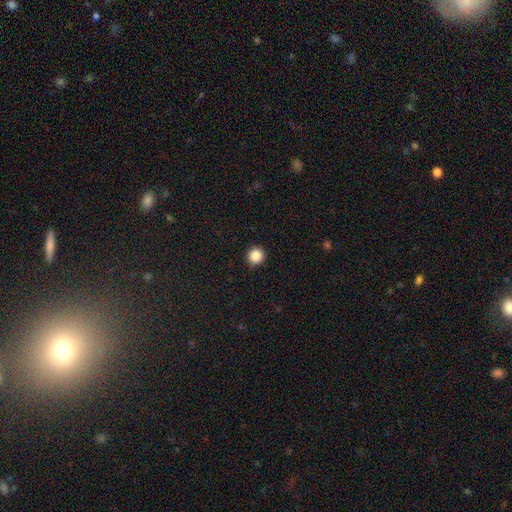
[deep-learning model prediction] Q: Smooth or featured?
A: smooth (87%); runner-up: star or artifact (10%)
Q: How rounded?
A: round (95%); runner-up: in between (4%)
Q: Merging?
A: none (92%); runner-up: minor disturbance (5%)